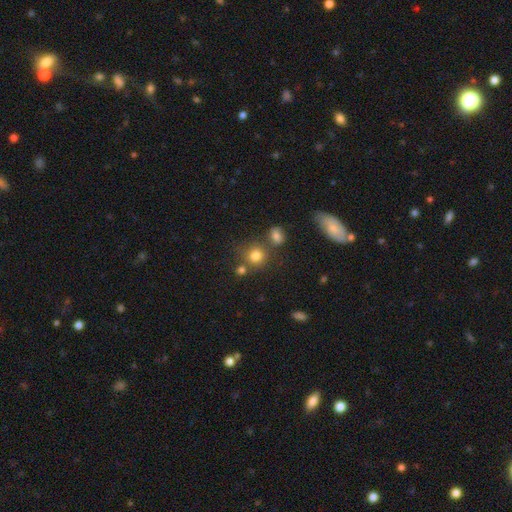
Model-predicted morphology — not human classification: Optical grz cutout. It shows a smooth galaxy with no disk features (78%) that is round (85%). Merging: none (65%).